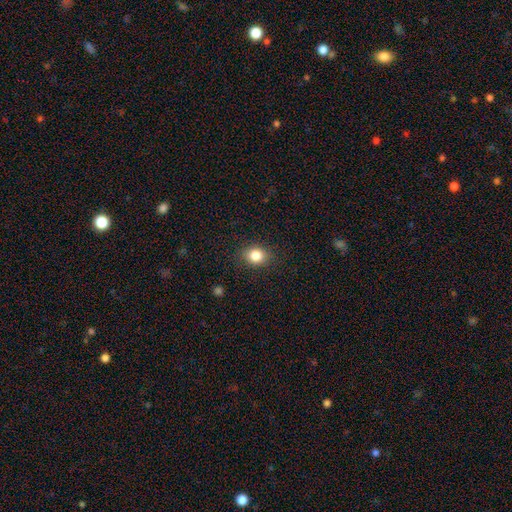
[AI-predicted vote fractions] smooth_or_featured: smooth (p=0.83) [alt: star or artifact p=0.10]
how_rounded: round (p=0.59) [alt: in between p=0.40]
merging: none (p=0.87) [alt: minor disturbance p=0.10]